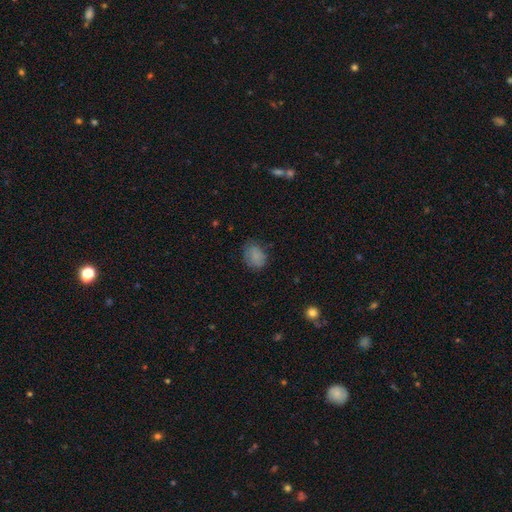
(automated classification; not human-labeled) A smooth galaxy with no disk features (81%) that is in between round and cigar-shaped (59%).

Vote fractions:
- Smooth or featured? smooth: 81% / star or artifact: 10% / featured or disk: 8%
- How rounded? in between: 59% / round: 40% / cigar-shaped: 1%
- Merging? none: 69% / minor disturbance: 23% / major disturbance: 7% / merger: 1%